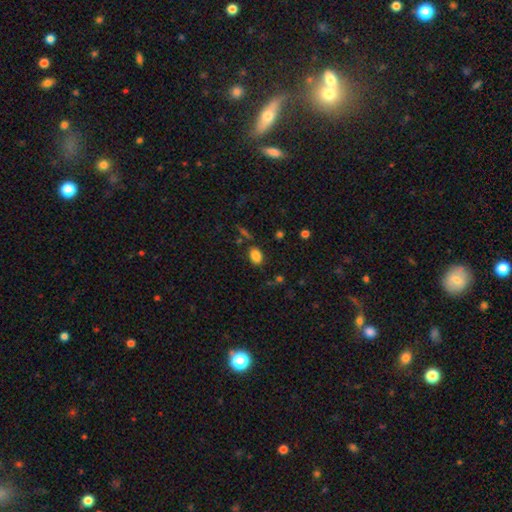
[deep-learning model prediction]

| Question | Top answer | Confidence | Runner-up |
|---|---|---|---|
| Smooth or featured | smooth | 85% | star or artifact (10%) |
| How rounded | in between | 81% | round (18%) |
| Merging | none | 80% | minor disturbance (12%) |